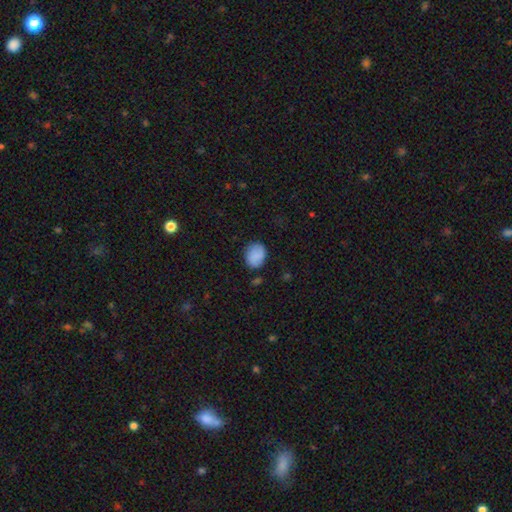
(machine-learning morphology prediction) Smooth or featured? smooth (86%)
How rounded? round (52%)
Merging? none (77%)